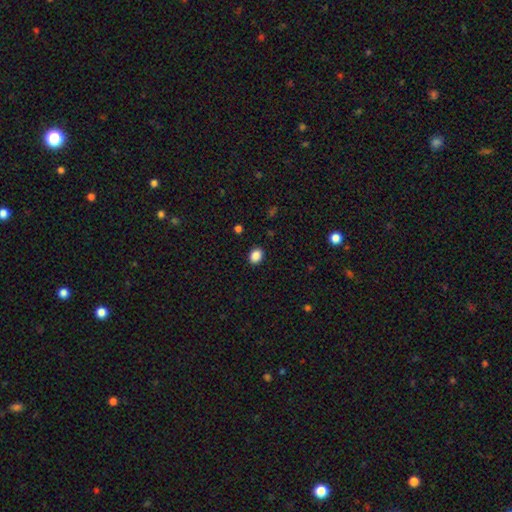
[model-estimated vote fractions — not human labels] Overall: smooth (87%). How rounded: in between (56%; round 43%). Merging: none (90%).